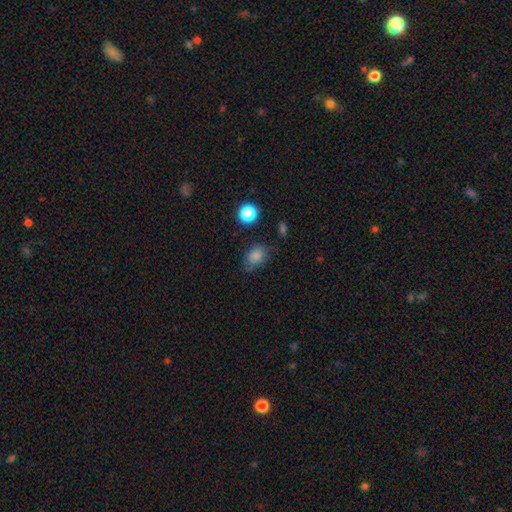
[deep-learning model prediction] smooth 77%, star or artifact 12%, featured or disk 11%. Down the decision tree: how rounded — in between (70%); merging — none (58%).